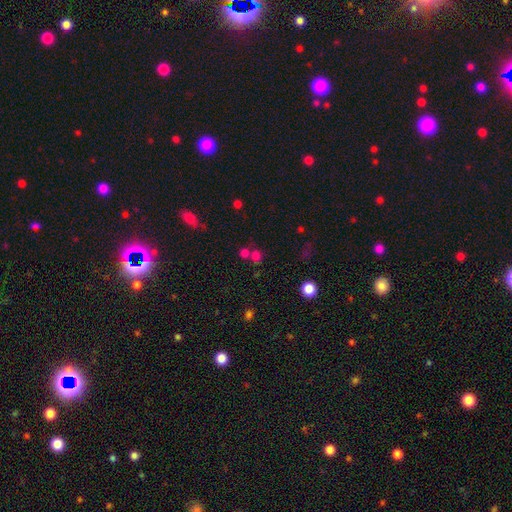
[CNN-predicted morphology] smooth-or-featured: smooth: 63% | star or artifact: 28% | featured or disk: 9%
  how-rounded: round: 74% | in between: 24% | cigar-shaped: 1%
  merging: none: 53% | merger: 32% | minor disturbance: 9% | major disturbance: 6%